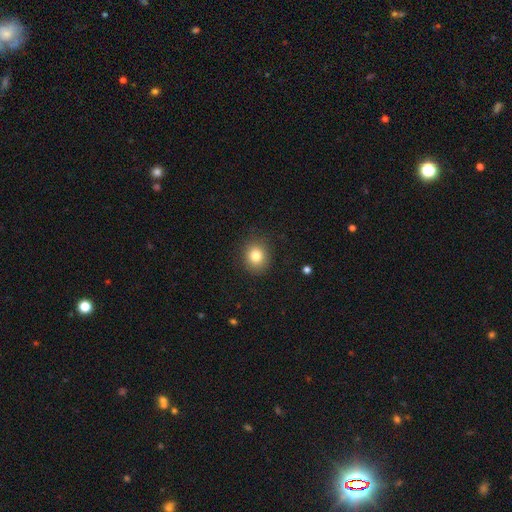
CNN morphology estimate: A smooth galaxy with no disk features (81%) that is round (77%). Merging: none (88%).